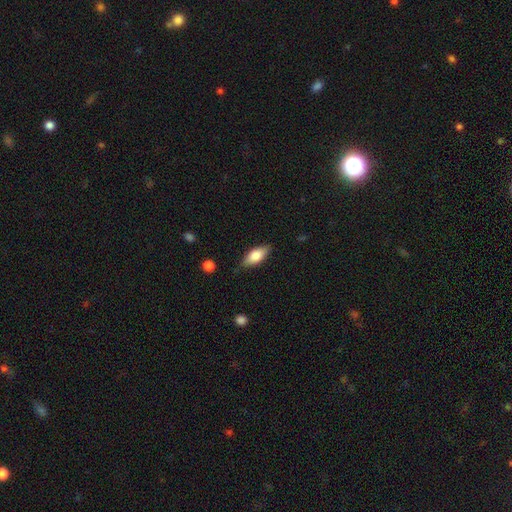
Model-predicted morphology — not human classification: Smooth or featured: smooth — 72% (featured or disk — 22%)
How rounded: in between — 82% (cigar-shaped — 15%)
Merging: none — 80% (minor disturbance — 15%)